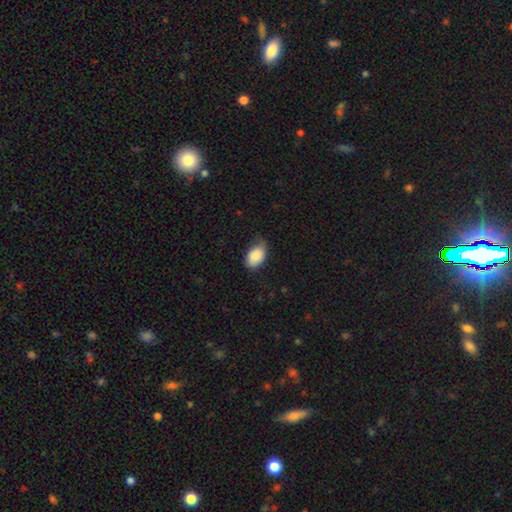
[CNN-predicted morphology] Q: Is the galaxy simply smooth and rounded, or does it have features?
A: smooth — 87%.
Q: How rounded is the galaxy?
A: in between — 91%.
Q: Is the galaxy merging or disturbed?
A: none — 59%.